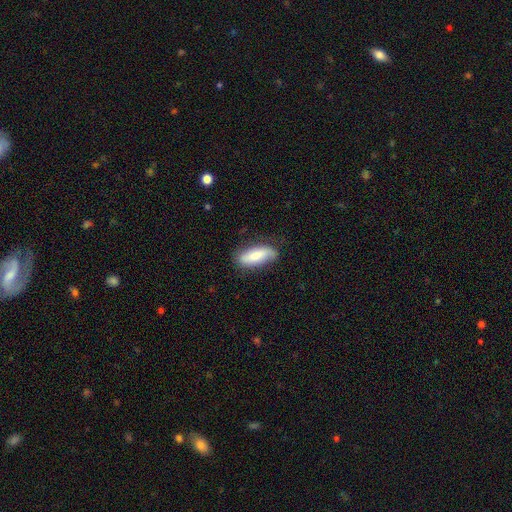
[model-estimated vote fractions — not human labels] A smooth galaxy with no disk features (68%) that is in between round and cigar-shaped (73%).

Vote fractions:
- Smooth or featured? smooth: 68% / featured or disk: 26% / star or artifact: 6%
- How rounded? in between: 73% / cigar-shaped: 25% / round: 2%
- Merging? none: 73% / minor disturbance: 21% / major disturbance: 5% / merger: 1%